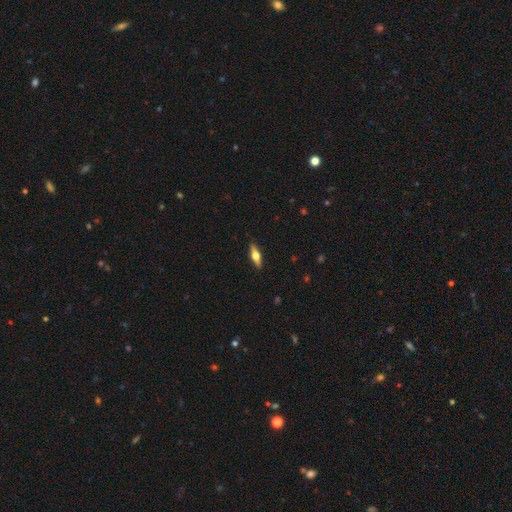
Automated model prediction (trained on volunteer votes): Smooth or featured? featured or disk (50%)
Merging? none (89%)